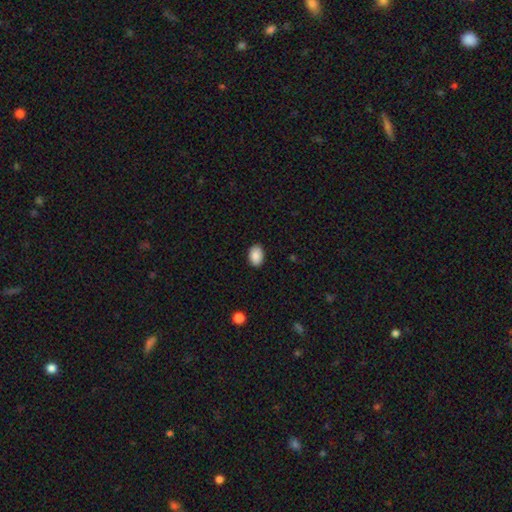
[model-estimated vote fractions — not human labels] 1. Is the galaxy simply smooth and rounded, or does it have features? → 90% smooth, 7% star or artifact, 3% featured or disk.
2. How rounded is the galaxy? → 85% in between, 14% round, 1% cigar-shaped.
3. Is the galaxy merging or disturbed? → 89% none, 8% minor disturbance, 2% major disturbance, 1% merger.